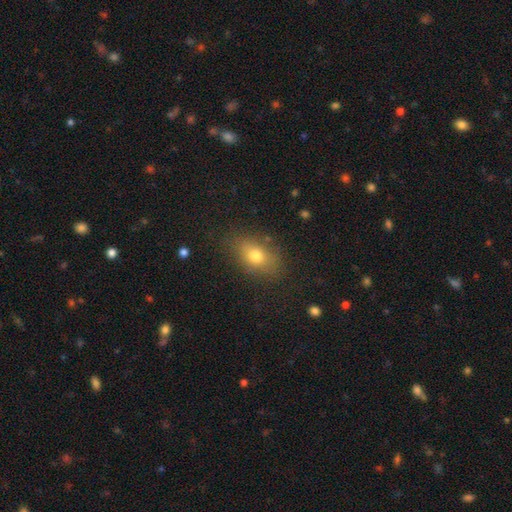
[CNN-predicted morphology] Smooth or featured? smooth (74%)
How rounded? in between (77%)
Merging? none (80%)